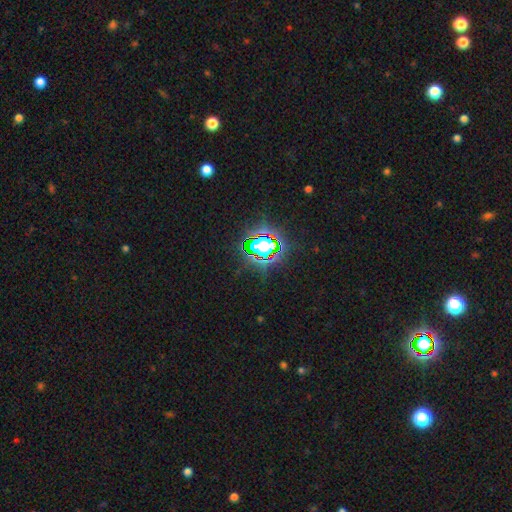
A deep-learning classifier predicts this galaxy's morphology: Smooth or featured?
  - star or artifact: 79% *
  - smooth: 12%
  - featured or disk: 8%